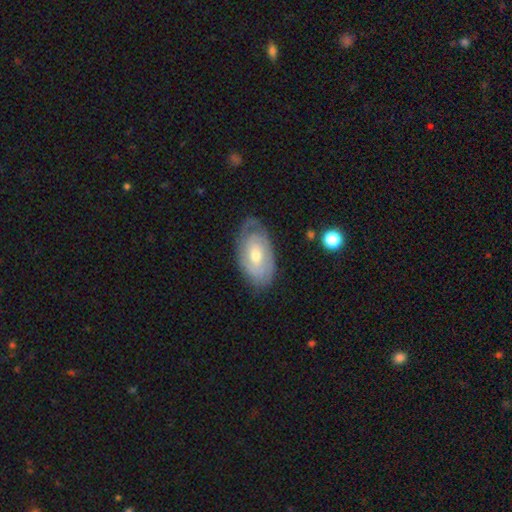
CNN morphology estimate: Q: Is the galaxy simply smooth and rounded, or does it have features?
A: featured or disk — 72%.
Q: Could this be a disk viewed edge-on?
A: no — 94%.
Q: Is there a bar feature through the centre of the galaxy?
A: no — 56%.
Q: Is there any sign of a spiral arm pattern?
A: yes — 86%.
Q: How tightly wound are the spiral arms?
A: tight — 70%.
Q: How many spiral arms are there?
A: can't tell — 43%.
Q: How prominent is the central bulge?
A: moderate — 59%.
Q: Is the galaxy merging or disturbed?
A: none — 70%.